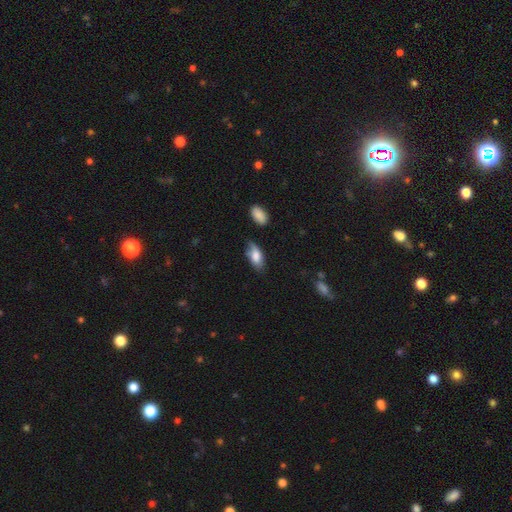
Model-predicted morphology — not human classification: type=smooth (79%); roundness=in between (89%); merging=none (61%).